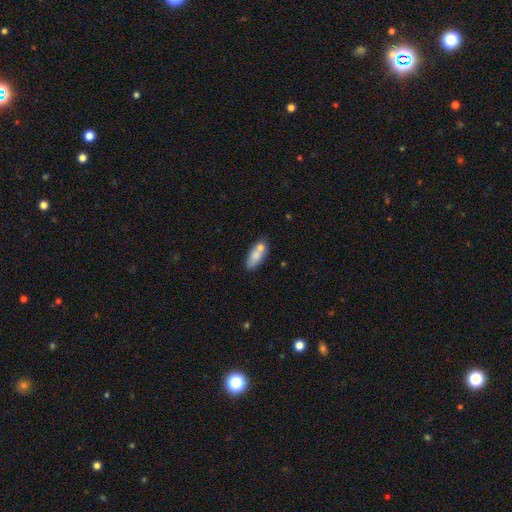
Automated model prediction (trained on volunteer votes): Smooth or featured? smooth (75%)
How rounded? in between (75%)
Merging? none (56%)